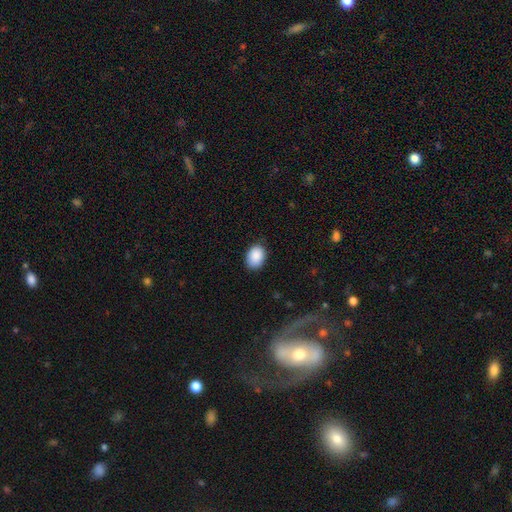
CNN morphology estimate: This appears to be a smooth galaxy with no disk features (89%) that is in between round and cigar-shaped (74%). Merging: none (83%).